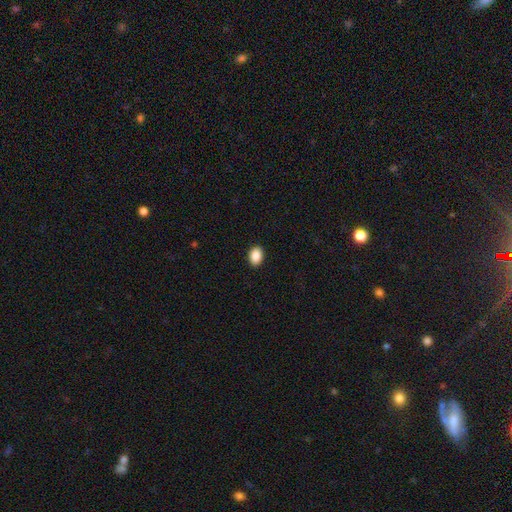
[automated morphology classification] Q: Smooth or featured?
A: smooth (89%); runner-up: star or artifact (8%)
Q: How rounded?
A: in between (81%); runner-up: round (18%)
Q: Merging?
A: none (91%); runner-up: minor disturbance (6%)